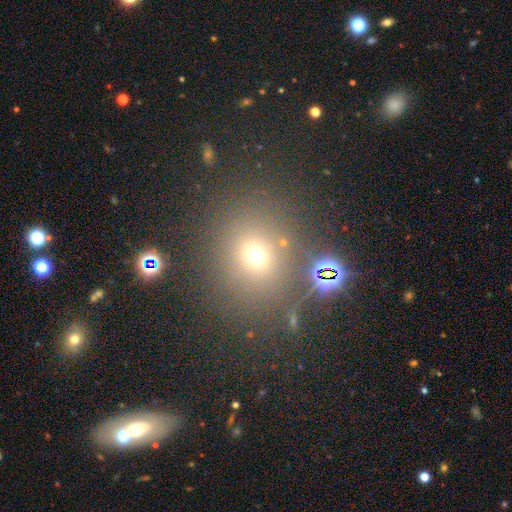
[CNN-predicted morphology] Q: Smooth or featured?
A: smooth (64%); runner-up: star or artifact (25%)
Q: How rounded?
A: round (75%); runner-up: in between (24%)
Q: Merging?
A: none (77%); runner-up: minor disturbance (10%)